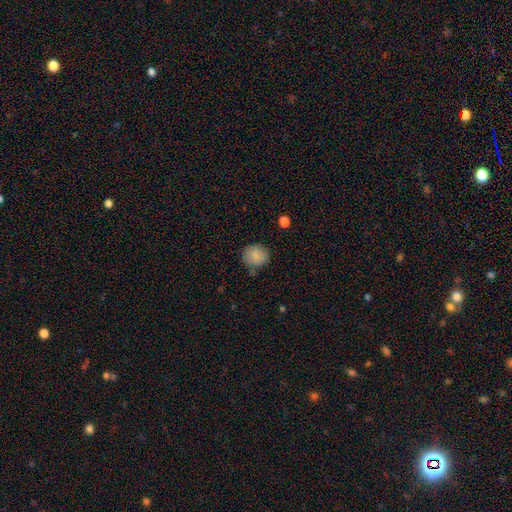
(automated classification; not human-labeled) Smooth or featured: smooth — 86% (star or artifact — 8%)
How rounded: round — 77% (in between — 22%)
Merging: none — 77% (minor disturbance — 17%)